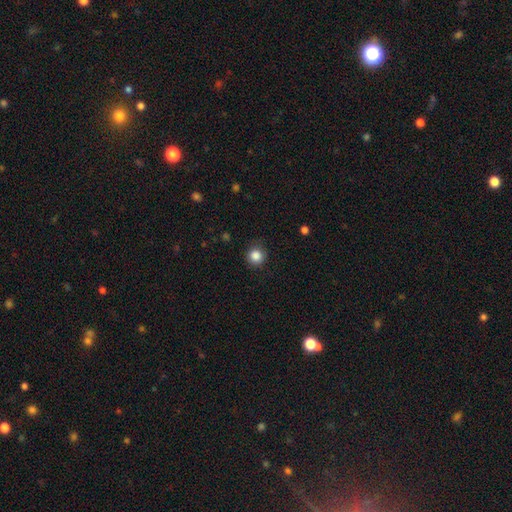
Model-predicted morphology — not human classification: smooth-or-featured: smooth: 86% | star or artifact: 11% | featured or disk: 4%
  how-rounded: round: 92% | in between: 7% | cigar-shaped: 1%
  merging: none: 86% | minor disturbance: 10% | major disturbance: 3% | merger: 1%